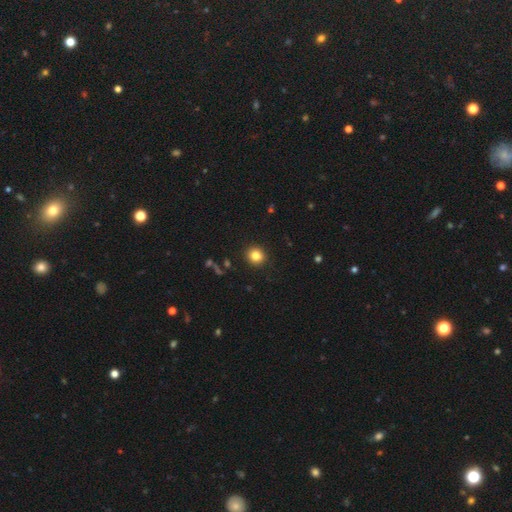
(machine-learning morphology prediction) smooth_or_featured: smooth (p=0.83) [alt: star or artifact p=0.11]
how_rounded: round (p=0.89) [alt: in between p=0.10]
merging: none (p=0.91) [alt: minor disturbance p=0.06]